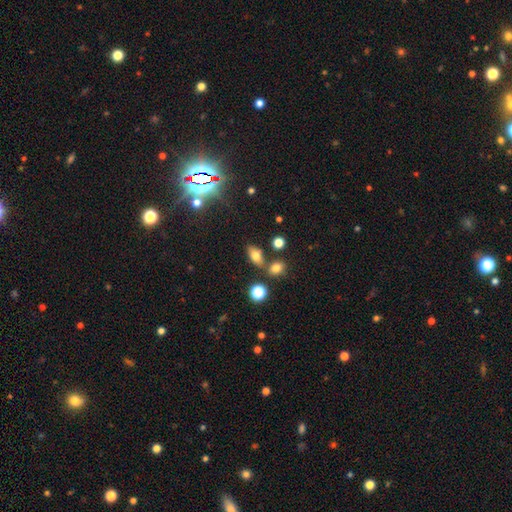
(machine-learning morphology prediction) Smooth or featured?
  - smooth: 69% *
  - featured or disk: 16%
  - star or artifact: 15%
How rounded?
  - in between: 81% *
  - round: 11%
  - cigar-shaped: 8%
Merging?
  - none: 71% *
  - merger: 13%
  - minor disturbance: 12%
  - major disturbance: 4%